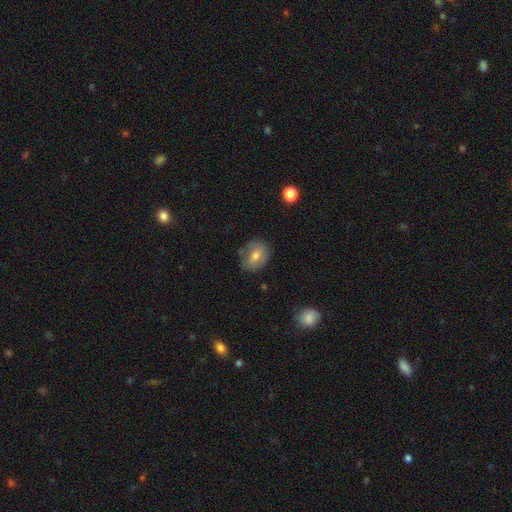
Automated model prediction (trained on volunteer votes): A smooth galaxy with no disk features (62%) that is in between round and cigar-shaped (53%). Merging: none (73%).